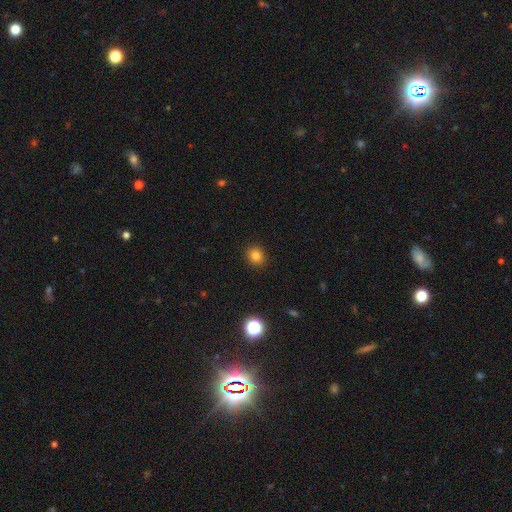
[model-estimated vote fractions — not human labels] A smooth galaxy with no disk features (81%) that is round (81%).

Vote fractions:
- Smooth or featured? smooth: 81% / star or artifact: 13% / featured or disk: 6%
- How rounded? round: 81% / in between: 18% / cigar-shaped: 1%
- Merging? none: 91% / minor disturbance: 6% / major disturbance: 2% / merger: 1%